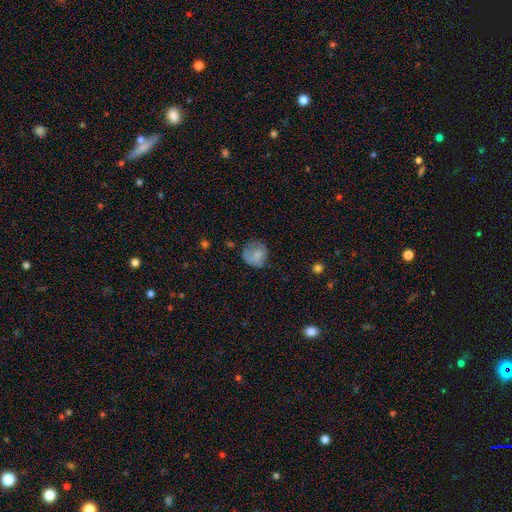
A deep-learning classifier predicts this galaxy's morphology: Smooth or featured? smooth (72%)
How rounded? round (82%)
Merging? none (58%)